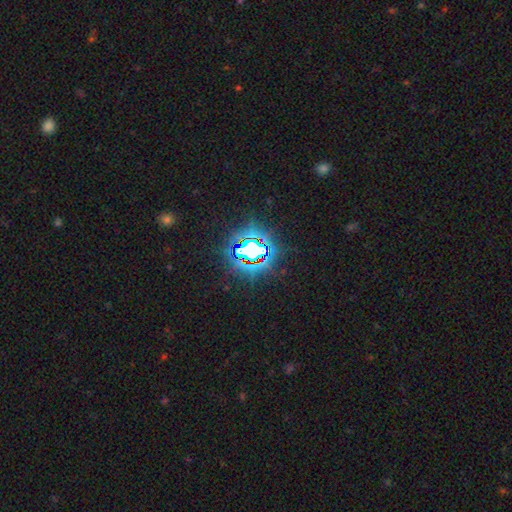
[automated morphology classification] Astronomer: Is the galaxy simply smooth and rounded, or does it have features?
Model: star or artifact — 84%.